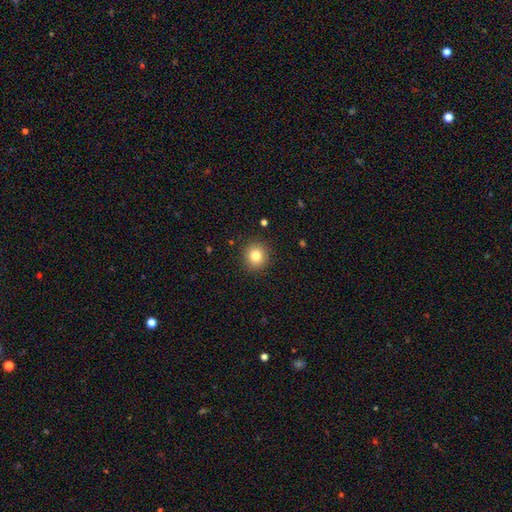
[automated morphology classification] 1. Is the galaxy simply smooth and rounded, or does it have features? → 81% smooth, 12% star or artifact, 7% featured or disk.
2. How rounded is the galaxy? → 92% round, 7% in between, 1% cigar-shaped.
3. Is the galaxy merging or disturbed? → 91% none, 6% minor disturbance, 2% major disturbance, 1% merger.